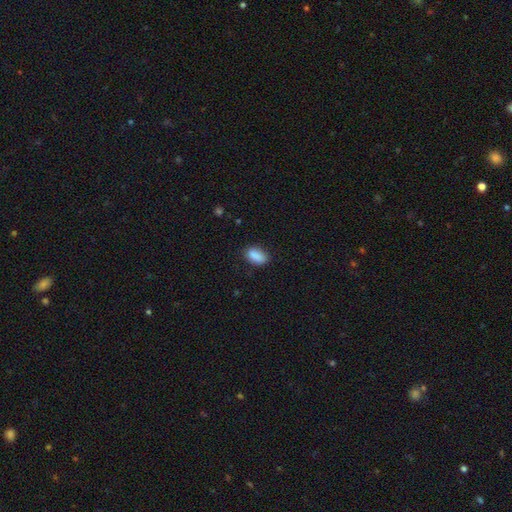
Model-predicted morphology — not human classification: This appears to be a smooth galaxy with no disk features (87%) that is in between round and cigar-shaped (89%). Merging: none (77%).